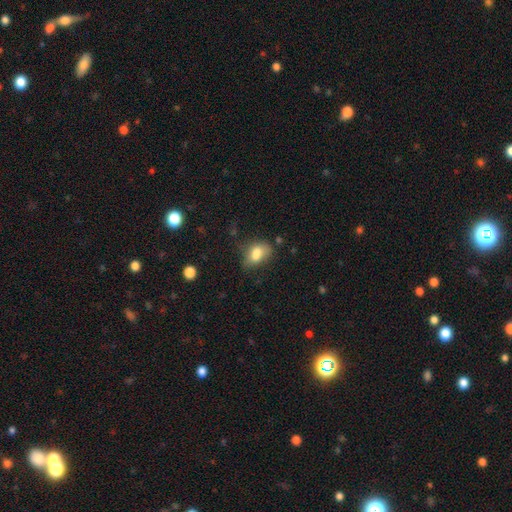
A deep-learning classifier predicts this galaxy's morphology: This appears to be a smooth galaxy with no disk features (75%) that is in between round and cigar-shaped (79%). Merging: none (45%).